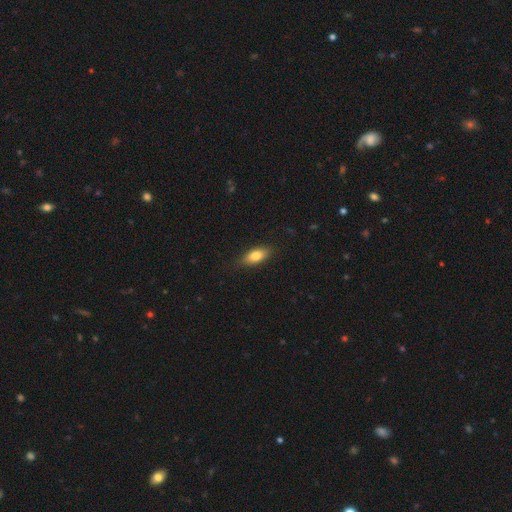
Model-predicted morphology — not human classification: Overall: smooth (78%). How rounded: in between (80%). Merging: none (84%).